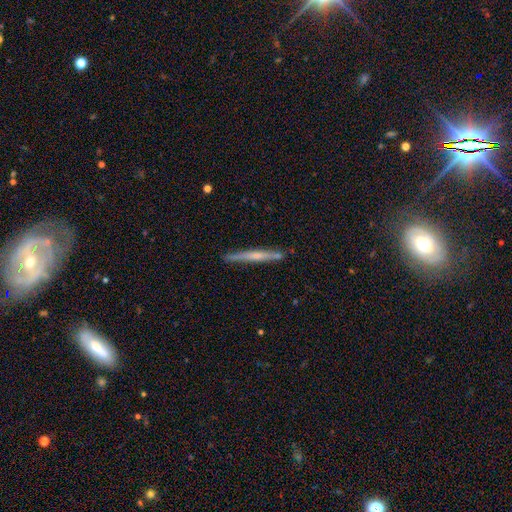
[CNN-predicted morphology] Q: Smooth or featured?
A: featured or disk (52%); runner-up: smooth (43%)
Q: Edge-on disk?
A: yes (97%); runner-up: no (3%)
Q: Merging?
A: none (85%); runner-up: minor disturbance (10%)